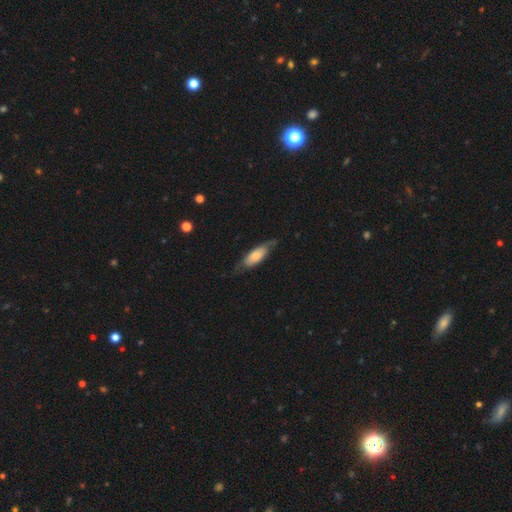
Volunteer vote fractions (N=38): This appears to be a smooth galaxy with no disk features (53%) that is in between round and cigar-shaped (70%). Merging: none (69%).